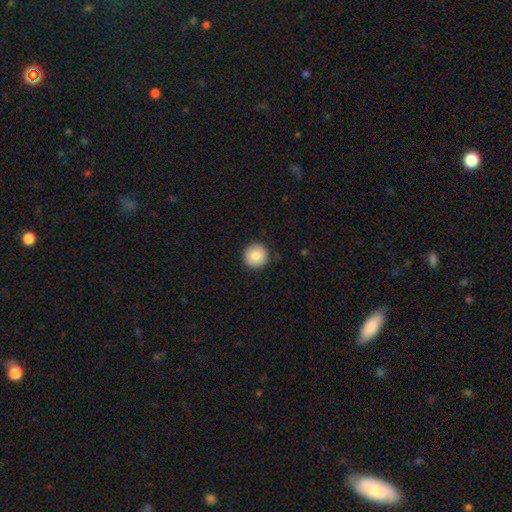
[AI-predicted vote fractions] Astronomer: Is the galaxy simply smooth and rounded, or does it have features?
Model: smooth — 85%.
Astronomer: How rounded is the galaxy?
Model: round — 95%.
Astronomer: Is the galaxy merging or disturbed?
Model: none — 91%.